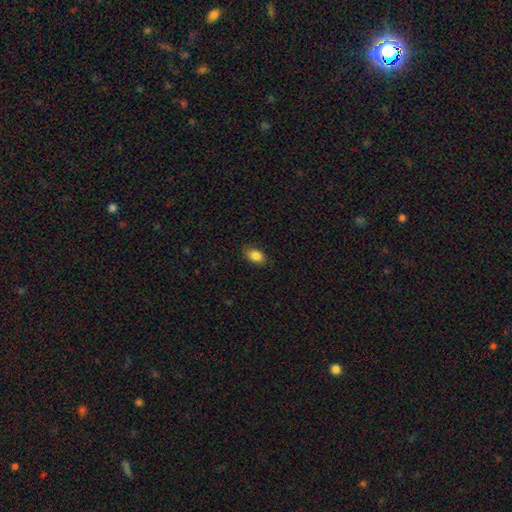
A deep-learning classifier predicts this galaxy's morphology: Smooth or featured? smooth (86%)
How rounded? in between (86%)
Merging? none (84%)